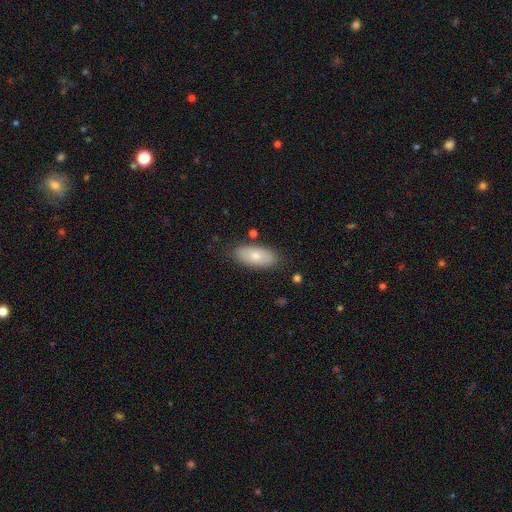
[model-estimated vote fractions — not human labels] smooth-or-featured: smooth: 73% | featured or disk: 21% | star or artifact: 6%
  how-rounded: in between: 91% | cigar-shaped: 6% | round: 3%
  merging: none: 83% | minor disturbance: 12% | major disturbance: 3% | merger: 2%